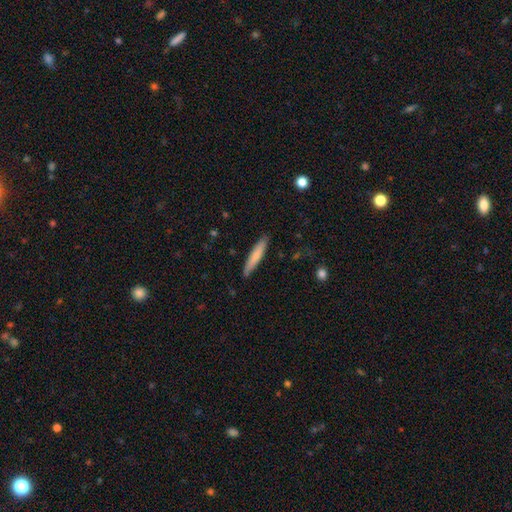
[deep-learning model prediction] Smooth or featured: smooth — 75% (featured or disk — 20%)
How rounded: cigar-shaped — 91% (in between — 8%)
Merging: none — 86% (minor disturbance — 11%)